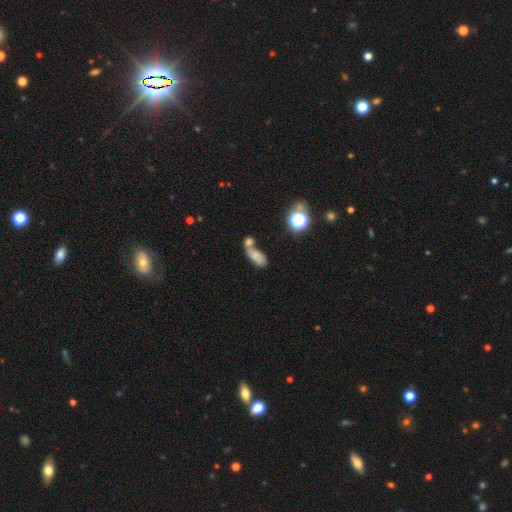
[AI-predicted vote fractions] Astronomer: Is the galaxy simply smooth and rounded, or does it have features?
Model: smooth — 66%.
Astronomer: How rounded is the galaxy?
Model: in between — 83%.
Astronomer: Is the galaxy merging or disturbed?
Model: merger — 60%.